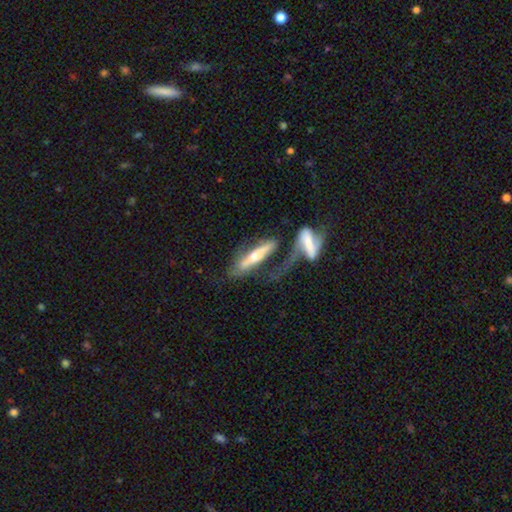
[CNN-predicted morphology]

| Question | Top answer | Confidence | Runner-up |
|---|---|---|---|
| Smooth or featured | featured or disk | 61% | smooth (32%) |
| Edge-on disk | yes | 64% | no (36%) |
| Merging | merger | 35% | none (26%) |